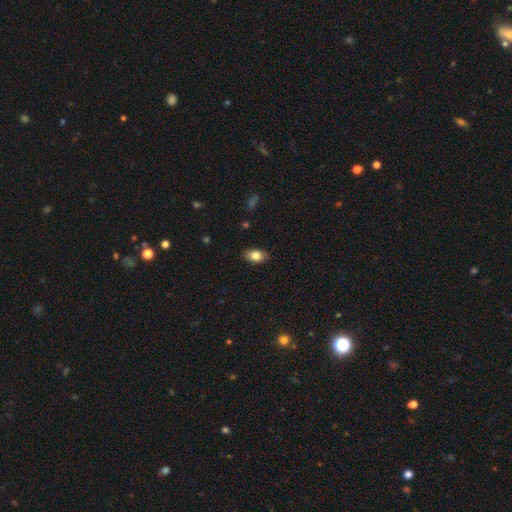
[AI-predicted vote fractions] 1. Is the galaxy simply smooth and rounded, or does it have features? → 81% smooth, 11% featured or disk, 8% star or artifact.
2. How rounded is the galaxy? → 89% in between, 9% round, 2% cigar-shaped.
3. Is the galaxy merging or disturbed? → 87% none, 10% minor disturbance, 2% major disturbance, 1% merger.